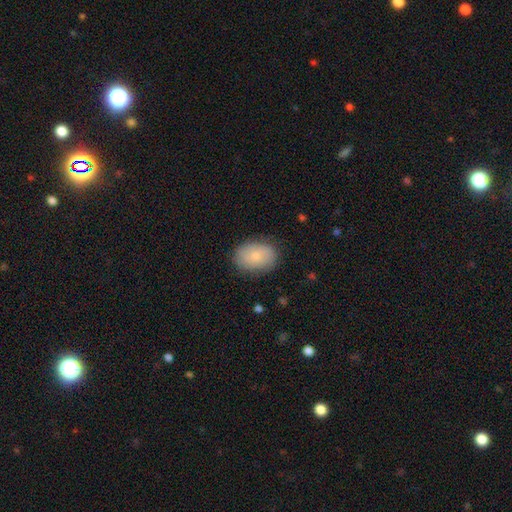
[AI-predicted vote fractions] A smooth galaxy with no disk features (72%) that is in between round and cigar-shaped (79%). Merging: none (81%).